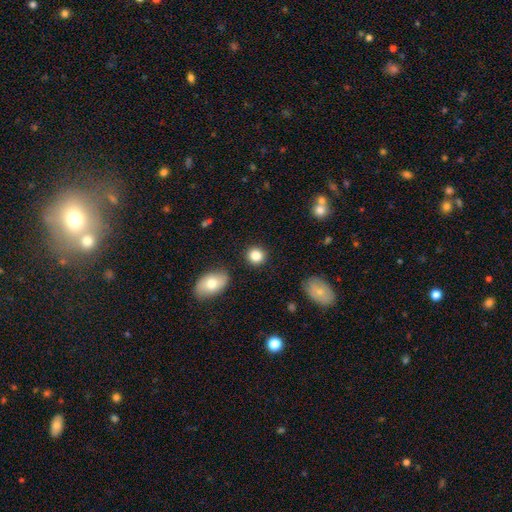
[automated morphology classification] A smooth galaxy with no disk features (85%) that is round (86%).

Vote fractions:
- Smooth or featured? smooth: 85% / star or artifact: 9% / featured or disk: 6%
- How rounded? round: 86% / in between: 13% / cigar-shaped: 1%
- Merging? none: 89% / minor disturbance: 7% / major disturbance: 2% / merger: 2%